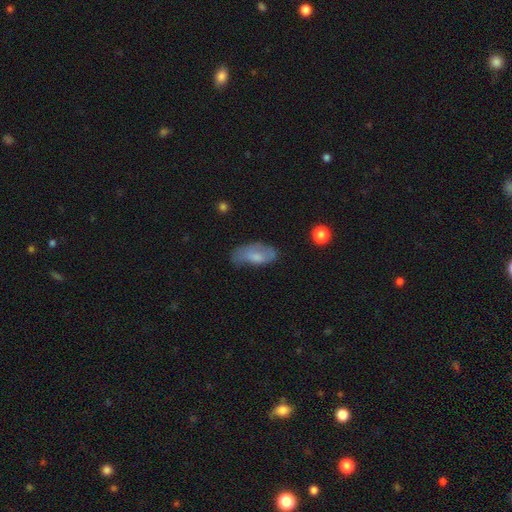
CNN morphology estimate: Q: Smooth or featured?
A: smooth (61%); runner-up: featured or disk (31%)
Q: How rounded?
A: in between (88%); runner-up: cigar-shaped (9%)
Q: Merging?
A: none (47%); runner-up: minor disturbance (34%)